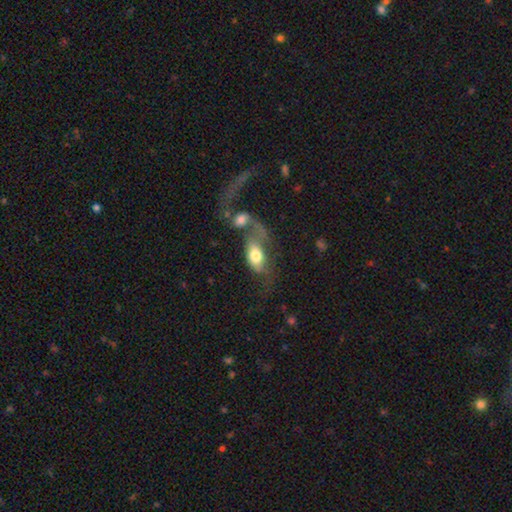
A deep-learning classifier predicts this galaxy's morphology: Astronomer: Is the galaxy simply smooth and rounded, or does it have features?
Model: smooth — 59%.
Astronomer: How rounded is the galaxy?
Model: in between — 87%.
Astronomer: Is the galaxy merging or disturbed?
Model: merger — 52%.